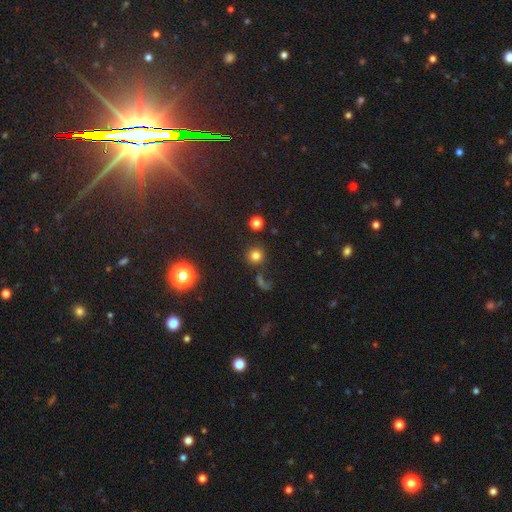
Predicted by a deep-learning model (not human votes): Smooth or featured?
  - smooth: 76% *
  - star or artifact: 18%
  - featured or disk: 7%
How rounded?
  - round: 93% *
  - in between: 6%
  - cigar-shaped: 1%
Merging?
  - none: 82% *
  - minor disturbance: 8%
  - merger: 6%
  - major disturbance: 5%